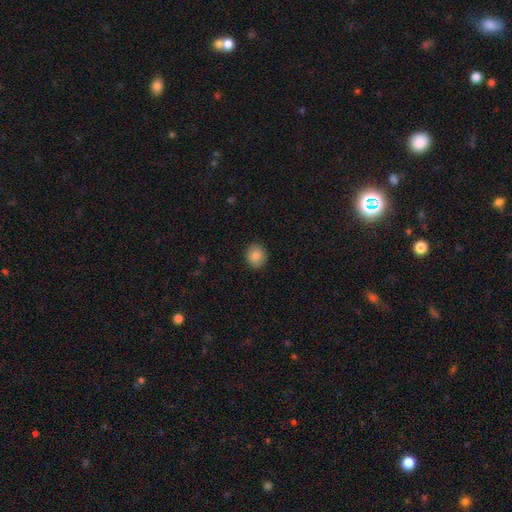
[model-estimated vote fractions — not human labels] This is clearly a smooth galaxy (85%). How rounded: clearly round (84%). Merging: clearly none (91%).